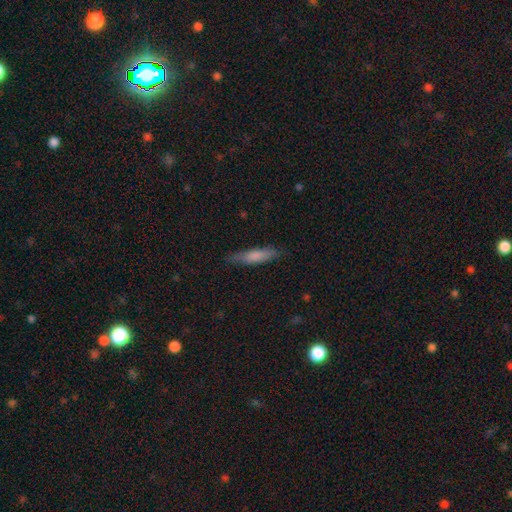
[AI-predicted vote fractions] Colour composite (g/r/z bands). It shows a smooth galaxy with no disk features (74%) that is cigar-shaped (77%). Merging: none (80%).